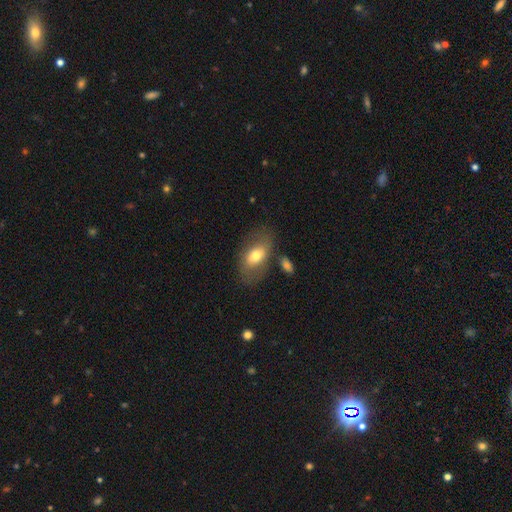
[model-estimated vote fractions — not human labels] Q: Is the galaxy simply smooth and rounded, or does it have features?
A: smooth — 64%.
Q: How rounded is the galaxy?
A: in between — 89%.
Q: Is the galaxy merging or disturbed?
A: none — 65%.